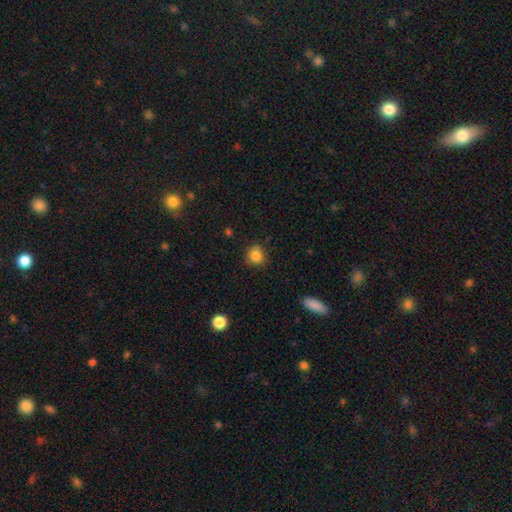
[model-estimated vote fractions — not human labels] Smooth or featured: smooth — 84% (star or artifact — 10%)
How rounded: round — 83% (in between — 16%)
Merging: none — 81% (minor disturbance — 14%)